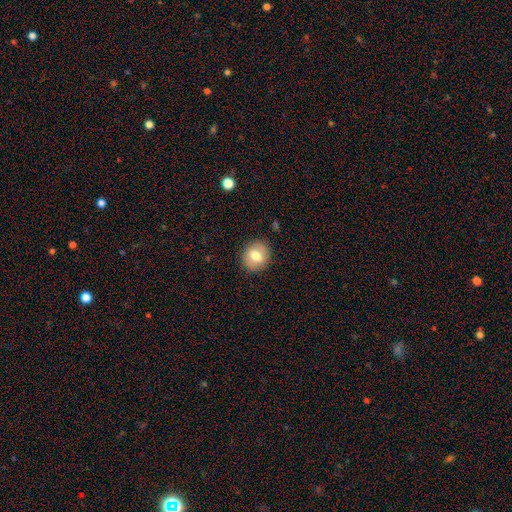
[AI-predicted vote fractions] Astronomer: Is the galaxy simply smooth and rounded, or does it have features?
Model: smooth — 69%.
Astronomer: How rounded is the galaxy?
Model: round — 78%.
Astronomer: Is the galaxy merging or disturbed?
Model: none — 87%.